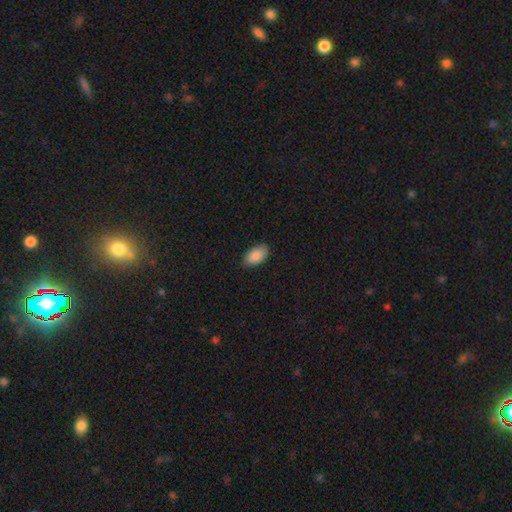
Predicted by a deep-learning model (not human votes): Morphology: type=smooth (88%); roundness=in between (94%); merging=none (83%).